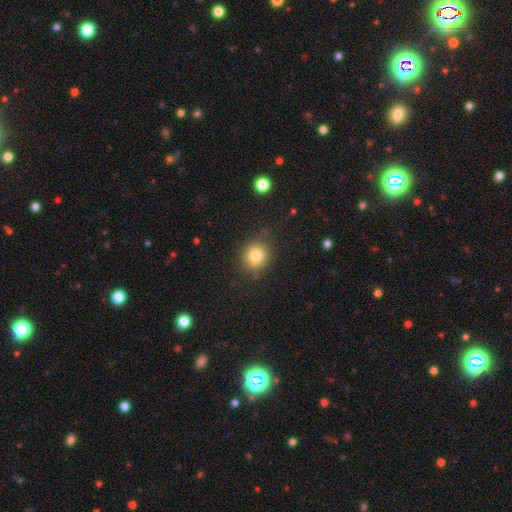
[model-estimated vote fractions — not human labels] A smooth galaxy with no disk features (80%) that is round (86%). Merging: none (83%).